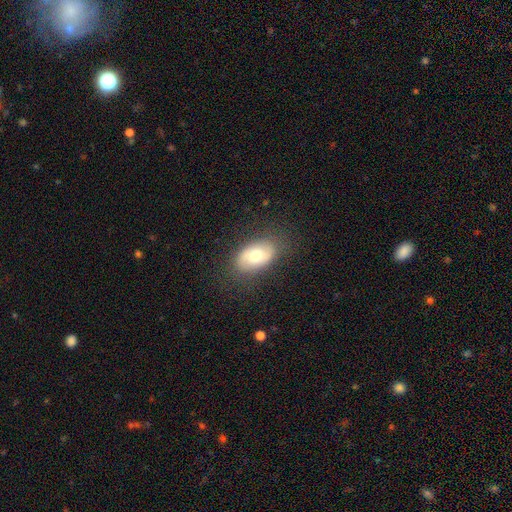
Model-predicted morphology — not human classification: smooth-or-featured: smooth: 65% | featured or disk: 28% | star or artifact: 7%
  how-rounded: in between: 92% | round: 7% | cigar-shaped: 2%
  merging: none: 82% | minor disturbance: 13% | major disturbance: 4% | merger: 1%